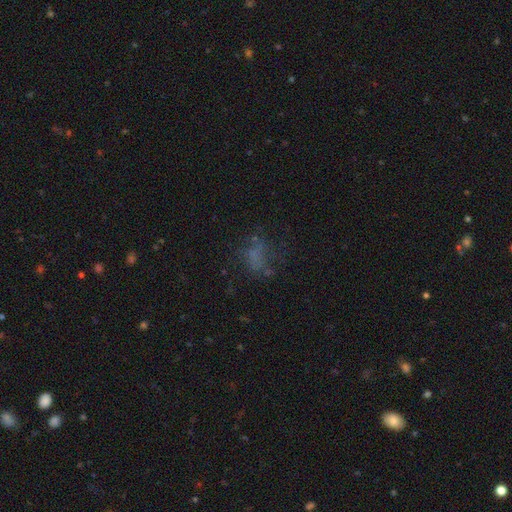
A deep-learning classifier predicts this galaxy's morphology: smooth-or-featured: smooth: 46% | featured or disk: 28% | star or artifact: 27%
  merging: none: 49% | major disturbance: 27% | minor disturbance: 19% | merger: 5%